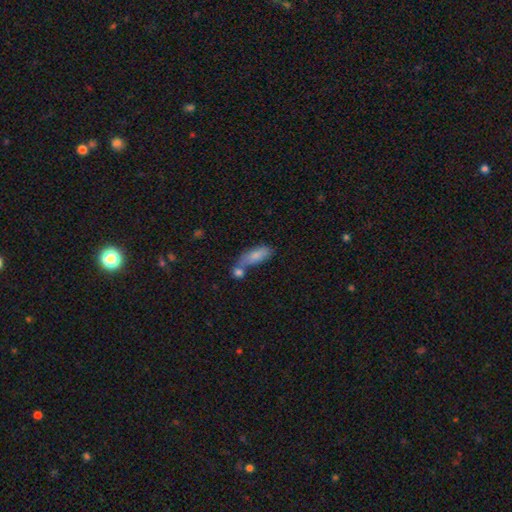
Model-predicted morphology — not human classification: smooth 78%, featured or disk 15%, star or artifact 7%. Down the decision tree: how rounded — in between (68%); merging — none (39%).